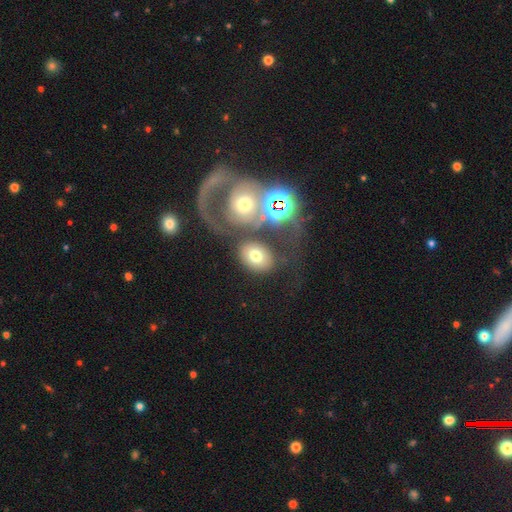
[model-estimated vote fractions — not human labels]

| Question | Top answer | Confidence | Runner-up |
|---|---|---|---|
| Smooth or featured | smooth | 65% | featured or disk (22%) |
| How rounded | in between | 58% | round (41%) |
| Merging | none | 56% | merger (17%) |